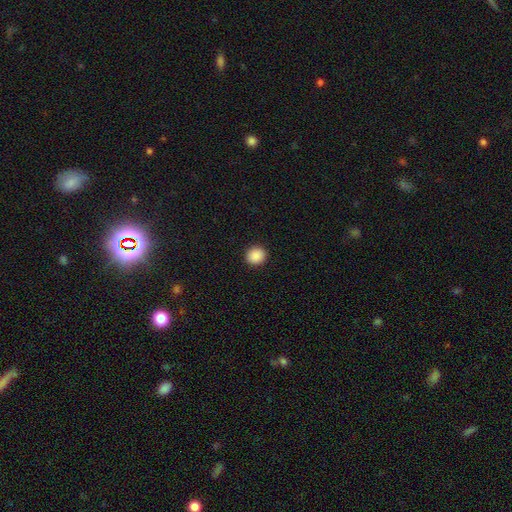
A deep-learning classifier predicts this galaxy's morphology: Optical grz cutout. It shows a smooth galaxy with no disk features (89%) that is round (86%). Merging: none (93%).